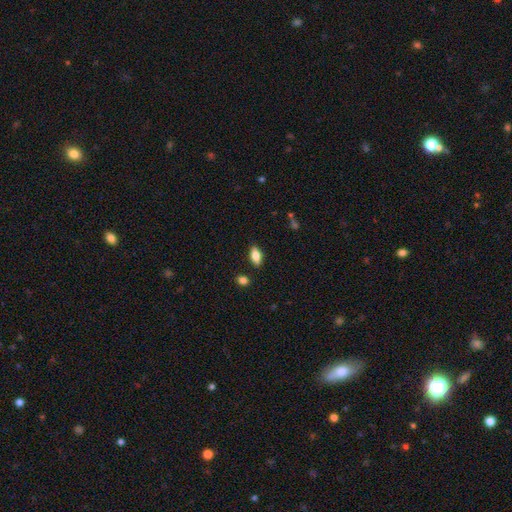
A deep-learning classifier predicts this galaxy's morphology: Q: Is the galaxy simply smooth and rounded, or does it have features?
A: smooth — 81%.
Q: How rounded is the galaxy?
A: in between — 88%.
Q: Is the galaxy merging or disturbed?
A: none — 86%.